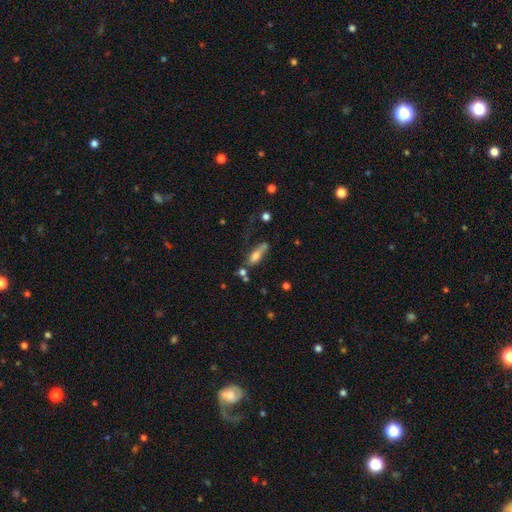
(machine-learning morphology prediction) smooth-or-featured: smooth: 64% | featured or disk: 26% | star or artifact: 10%
  how-rounded: in between: 55% | cigar-shaped: 41% | round: 4%
  merging: none: 37% | minor disturbance: 23% | major disturbance: 20% | merger: 20%